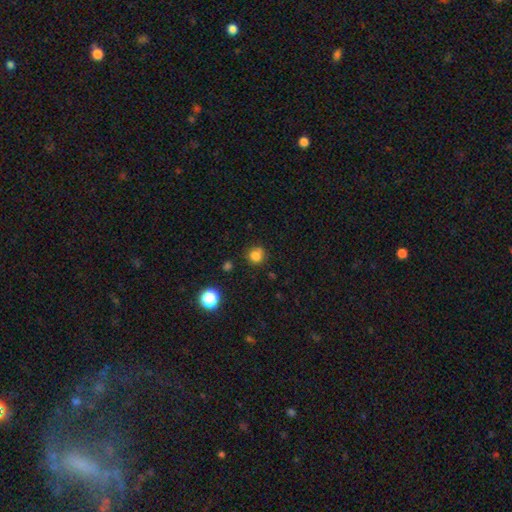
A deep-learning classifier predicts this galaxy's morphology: A smooth galaxy with no disk features (81%) that is round (89%). Merging: none (74%).